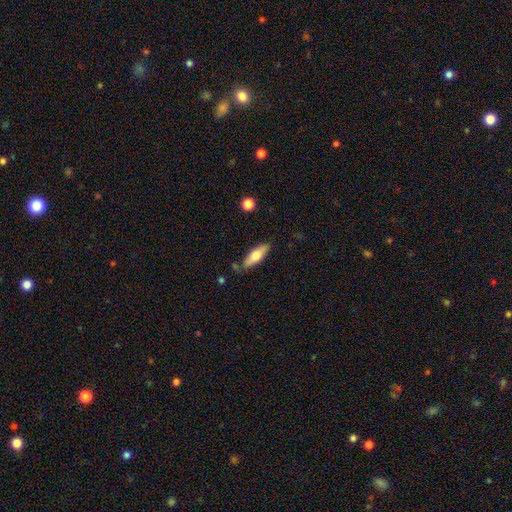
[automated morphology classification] smooth_or_featured: smooth (p=0.66) [alt: featured or disk p=0.28]
how_rounded: in between (p=0.60) [alt: cigar-shaped p=0.38]
merging: none (p=0.77) [alt: minor disturbance p=0.16]